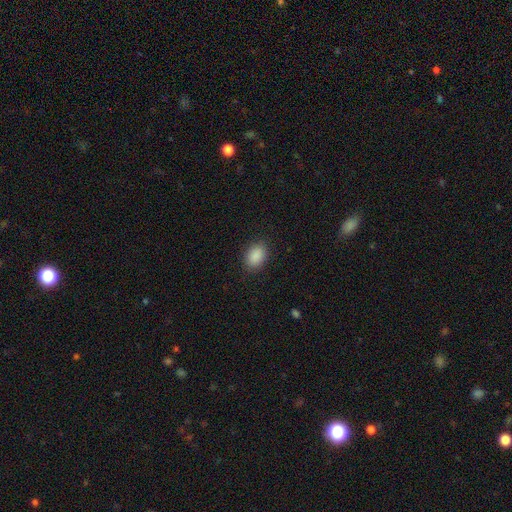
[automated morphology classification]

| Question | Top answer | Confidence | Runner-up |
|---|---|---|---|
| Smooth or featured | smooth | 89% | star or artifact (8%) |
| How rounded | in between | 79% | round (20%) |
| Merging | none | 87% | minor disturbance (9%) |